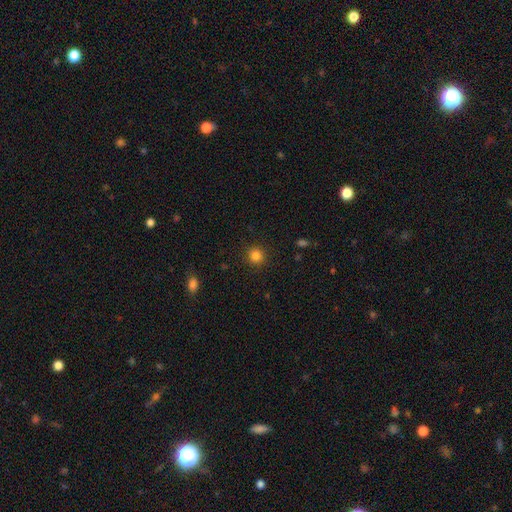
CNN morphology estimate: Smooth or featured? smooth (83%)
How rounded? round (93%)
Merging? none (91%)